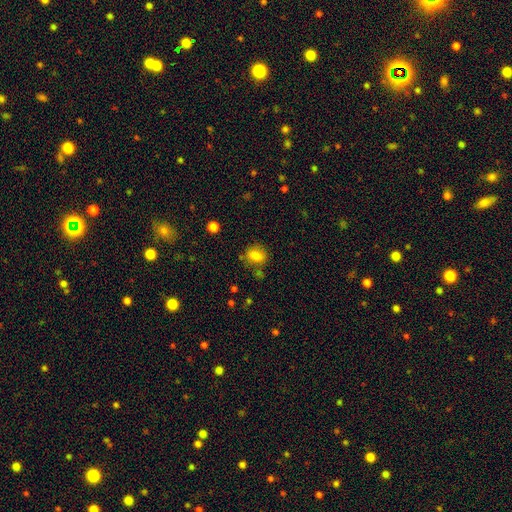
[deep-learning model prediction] This appears to be a smooth galaxy with no disk features (80%) that is round (53%). Merging: none (73%).